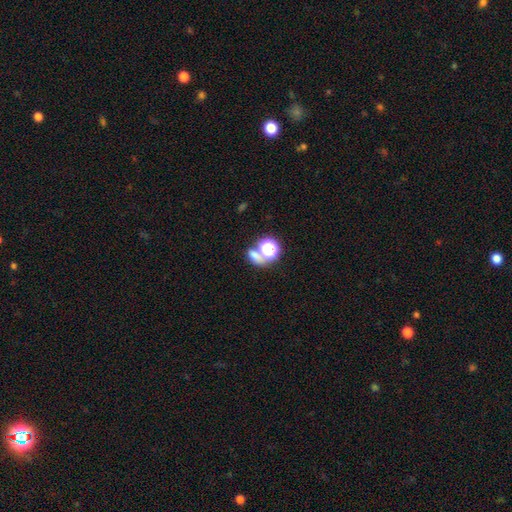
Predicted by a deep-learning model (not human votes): Smooth or featured?
  - smooth: 60% *
  - star or artifact: 30%
  - featured or disk: 10%
How rounded?
  - round: 54% *
  - in between: 42%
  - cigar-shaped: 5%
Merging?
  - none: 53% *
  - merger: 33%
  - minor disturbance: 8%
  - major disturbance: 5%